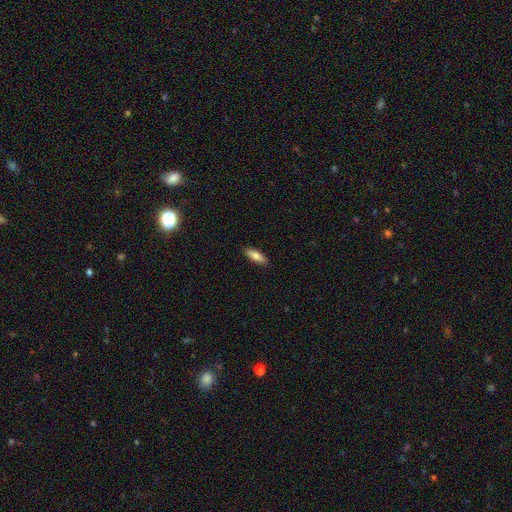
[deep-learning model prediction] This is likely a smooth galaxy (78%). How rounded: likely in between (64%). Merging: clearly none (89%).